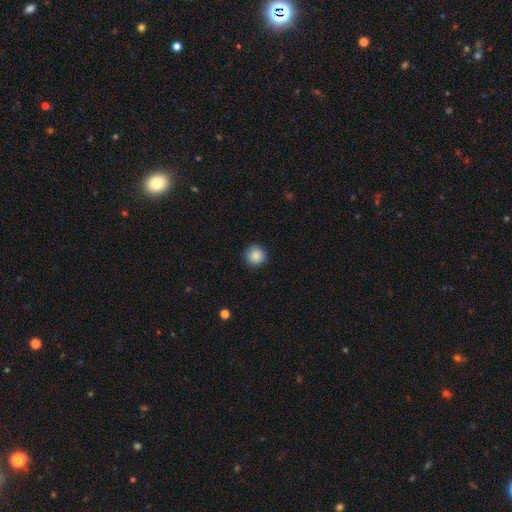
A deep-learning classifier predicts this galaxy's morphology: A smooth galaxy with no disk features (88%) that is round (94%).

Vote fractions:
- Smooth or featured? smooth: 88% / star or artifact: 9% / featured or disk: 4%
- How rounded? round: 94% / in between: 5% / cigar-shaped: 1%
- Merging? none: 89% / minor disturbance: 8% / major disturbance: 2% / merger: 1%